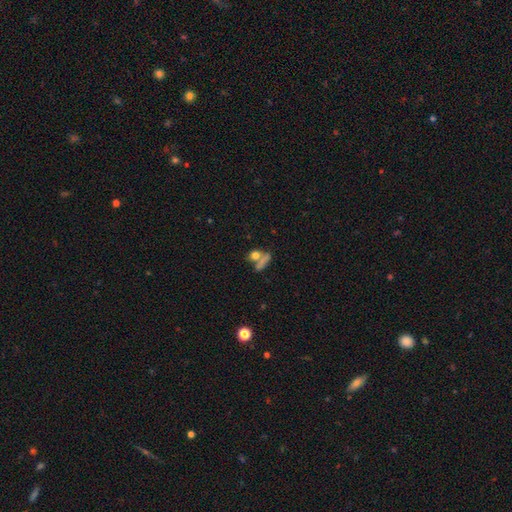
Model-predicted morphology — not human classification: Q: Smooth or featured?
A: smooth (66%); runner-up: featured or disk (19%)
Q: How rounded?
A: round (48%); runner-up: in between (38%)
Q: Merging?
A: none (45%); runner-up: merger (36%)